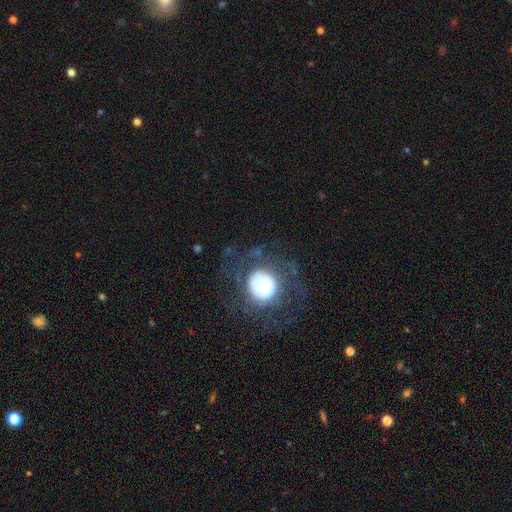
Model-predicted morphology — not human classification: featured or disk 40%, smooth 38%, star or artifact 22%. Down the decision tree: merging — none (75%).